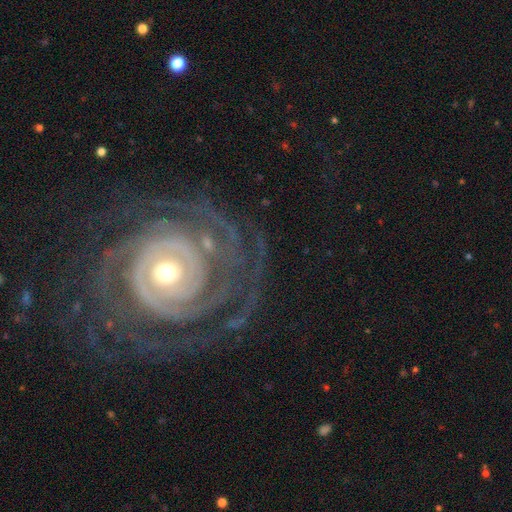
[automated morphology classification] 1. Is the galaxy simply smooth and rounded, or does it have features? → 89% featured or disk, 6% star or artifact, 5% smooth.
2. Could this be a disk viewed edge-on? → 97% no, 3% yes.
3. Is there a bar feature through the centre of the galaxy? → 63% no, 21% weak, 16% strong.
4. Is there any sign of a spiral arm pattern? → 97% yes, 3% no.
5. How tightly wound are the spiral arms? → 84% tight, 13% medium, 3% loose.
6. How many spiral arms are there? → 23% can't tell, 22% 2, 20% 3, 14% 4, 13% more than 4, 9% 1.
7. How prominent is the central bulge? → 58% moderate, 35% small, 5% large, 1% dominant, 1% none.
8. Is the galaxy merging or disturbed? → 75% none, 14% minor disturbance, 10% major disturbance, 2% merger.